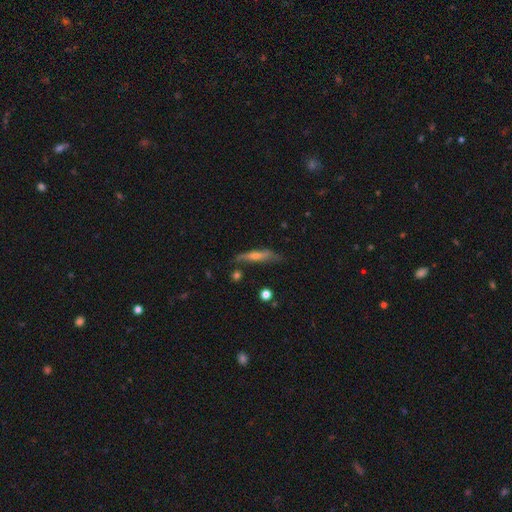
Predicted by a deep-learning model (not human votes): A featured or disk galaxy (51%) viewed edge-on (85%). Merging: none (66%).